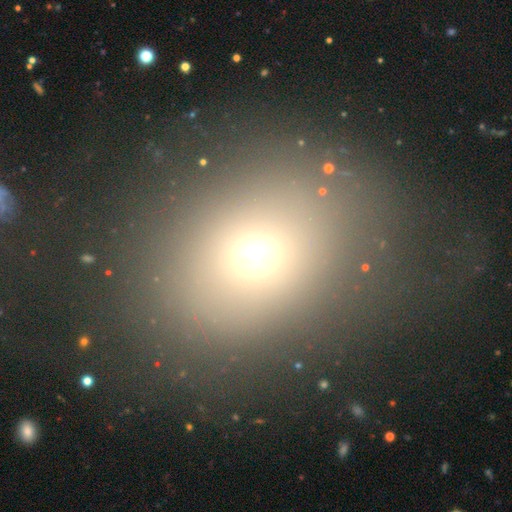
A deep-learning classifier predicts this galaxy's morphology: Q: Smooth or featured?
A: smooth (66%); runner-up: star or artifact (22%)
Q: How rounded?
A: round (52%); runner-up: in between (46%)
Q: Merging?
A: none (76%); runner-up: minor disturbance (12%)